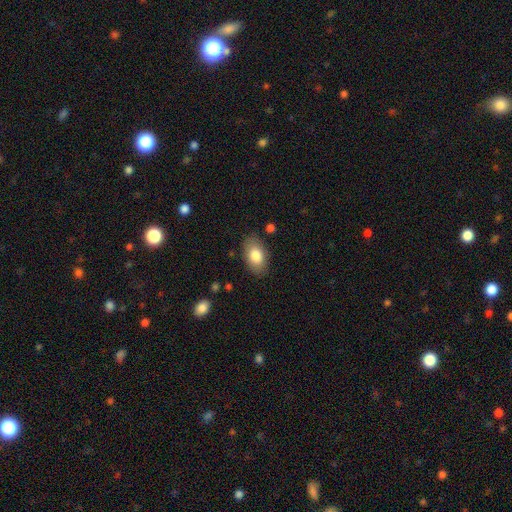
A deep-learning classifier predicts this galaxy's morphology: Smooth or featured? smooth (81%)
How rounded? in between (91%)
Merging? none (82%)